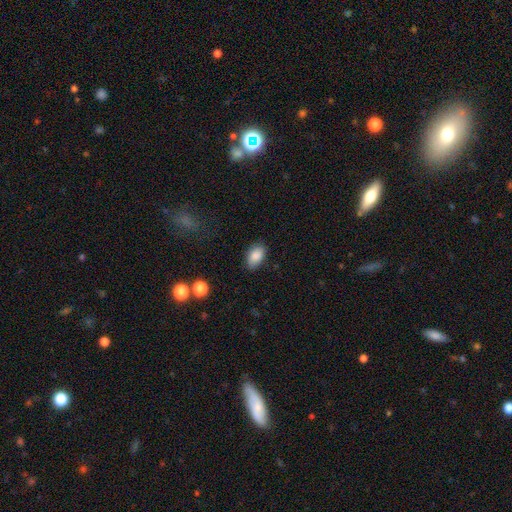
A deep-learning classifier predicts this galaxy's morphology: Q: Smooth or featured?
A: smooth (86%); runner-up: star or artifact (8%)
Q: How rounded?
A: in between (91%); runner-up: round (8%)
Q: Merging?
A: none (80%); runner-up: minor disturbance (16%)